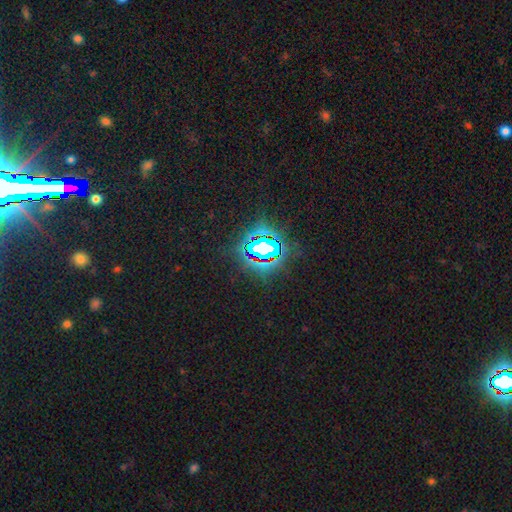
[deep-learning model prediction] A star or artifact, not a galaxy (76%).

Vote fractions:
- Smooth or featured? star or artifact: 76% / smooth: 14% / featured or disk: 10%